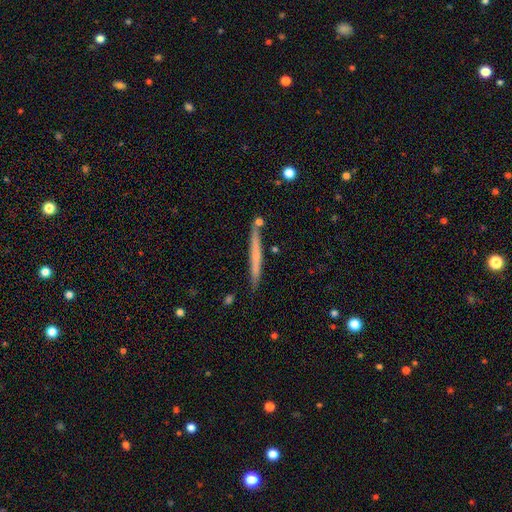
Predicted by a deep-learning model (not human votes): Q: Smooth or featured?
A: featured or disk (48%); runner-up: smooth (46%)
Q: Merging?
A: none (84%); runner-up: minor disturbance (10%)